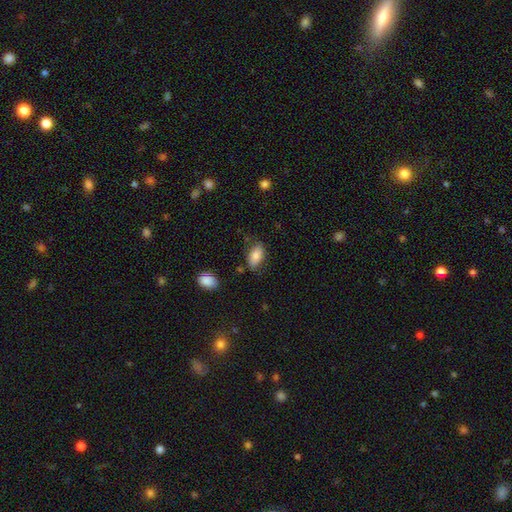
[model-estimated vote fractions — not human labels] Smooth or featured?
  - smooth: 82% *
  - featured or disk: 11%
  - star or artifact: 7%
How rounded?
  - in between: 92% *
  - round: 4%
  - cigar-shaped: 4%
Merging?
  - none: 77% *
  - minor disturbance: 16%
  - major disturbance: 3%
  - merger: 3%